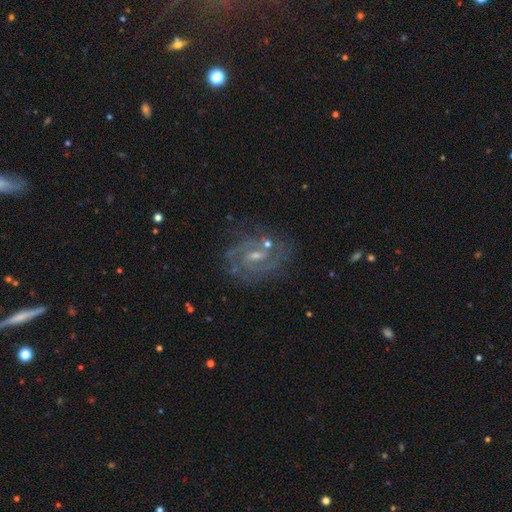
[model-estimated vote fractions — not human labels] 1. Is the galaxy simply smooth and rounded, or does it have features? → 88% featured or disk, 7% star or artifact, 5% smooth.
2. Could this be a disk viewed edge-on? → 97% no, 3% yes.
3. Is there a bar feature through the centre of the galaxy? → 55% weak, 24% no, 21% strong.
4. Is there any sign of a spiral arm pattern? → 97% yes, 3% no.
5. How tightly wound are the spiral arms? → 46% tight, 45% medium, 8% loose.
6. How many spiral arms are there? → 67% 2, 14% 3, 10% can't tell, 4% 4, 3% 1, 3% more than 4.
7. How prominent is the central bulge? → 60% small, 33% moderate, 5% none, 1% large, 1% dominant.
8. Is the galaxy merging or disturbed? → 73% none, 15% minor disturbance, 7% major disturbance, 5% merger.